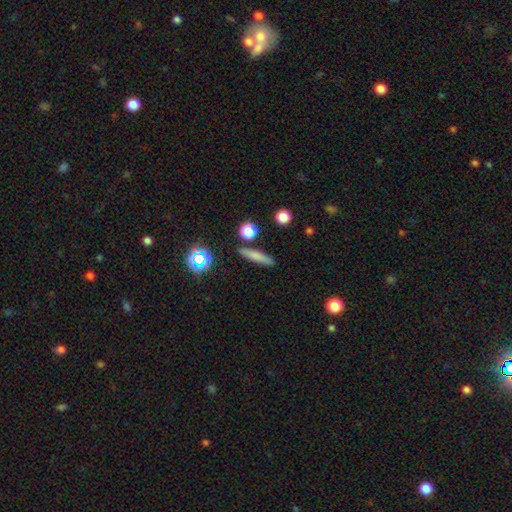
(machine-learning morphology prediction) Smooth or featured? Predicted: smooth (p=0.72). How rounded? Predicted: cigar-shaped (p=0.80). Merging? Predicted: none (p=0.85).